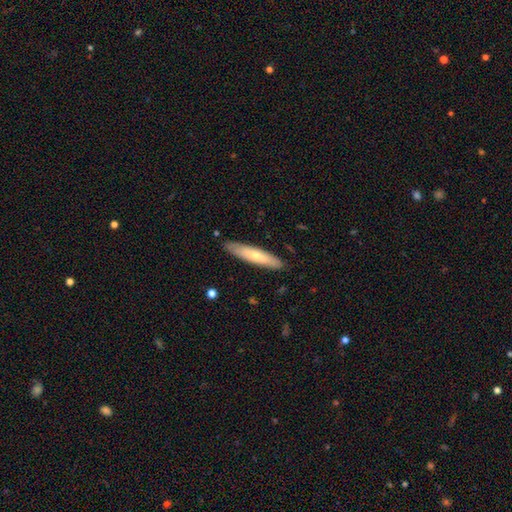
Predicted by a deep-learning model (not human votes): A smooth galaxy with no disk features (60%) that is cigar-shaped (86%).

Vote fractions:
- Smooth or featured? smooth: 60% / featured or disk: 35% / star or artifact: 5%
- How rounded? cigar-shaped: 86% / in between: 13% / round: 1%
- Merging? none: 87% / minor disturbance: 10% / major disturbance: 2% / merger: 1%